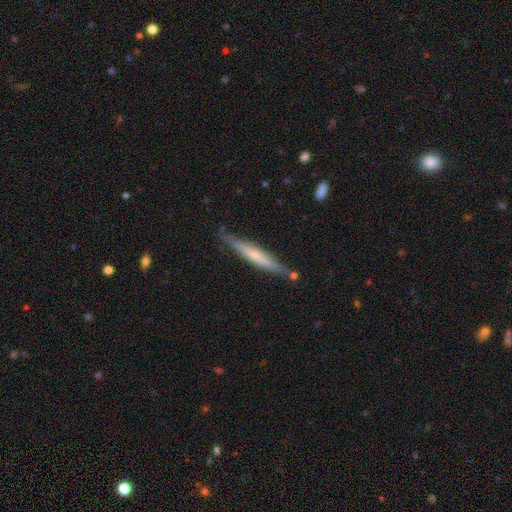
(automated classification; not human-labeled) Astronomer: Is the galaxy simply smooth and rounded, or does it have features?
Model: featured or disk — 53% (runner-up: smooth, 41%).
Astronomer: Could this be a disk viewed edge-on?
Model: yes — 95%.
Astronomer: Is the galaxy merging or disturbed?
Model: none — 82%.